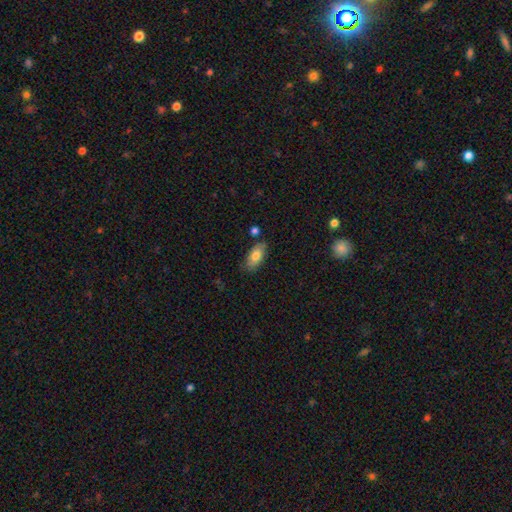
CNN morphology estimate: Smooth or featured? Predicted: smooth (p=0.76). How rounded? Predicted: in between (p=0.89). Merging? Predicted: none (p=0.76).